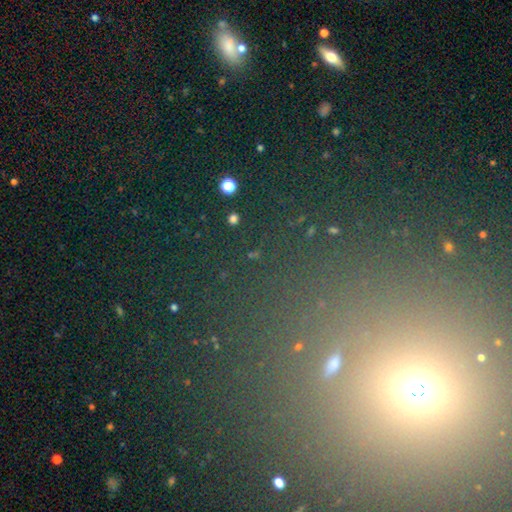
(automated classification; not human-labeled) smooth_or_featured: star or artifact (p=0.69) [alt: smooth p=0.21]